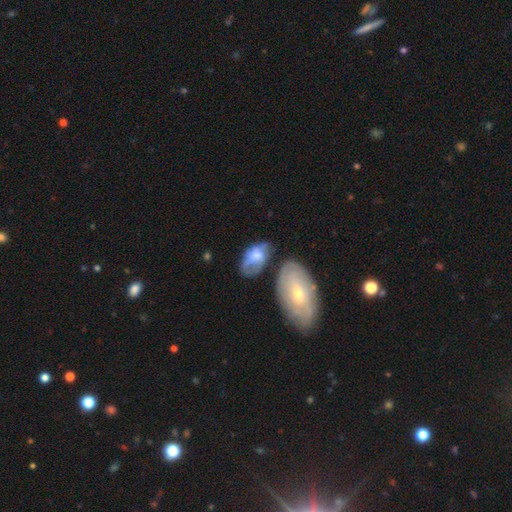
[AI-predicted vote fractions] Morphology: type=smooth (54%); roundness=in between (90%); merging=none (35%).